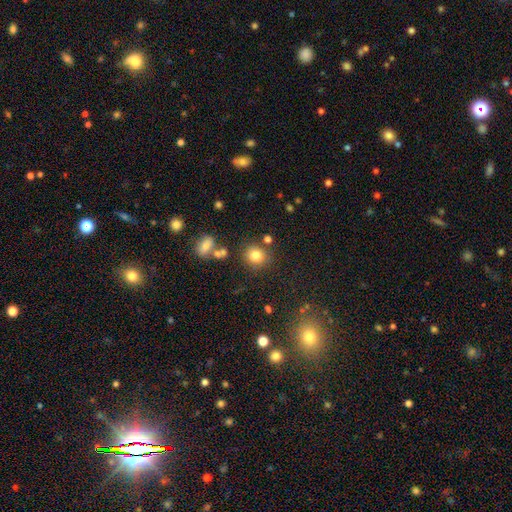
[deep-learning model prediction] Q: Smooth or featured?
A: smooth (80%); runner-up: star or artifact (13%)
Q: How rounded?
A: round (84%); runner-up: in between (15%)
Q: Merging?
A: none (77%); runner-up: minor disturbance (11%)